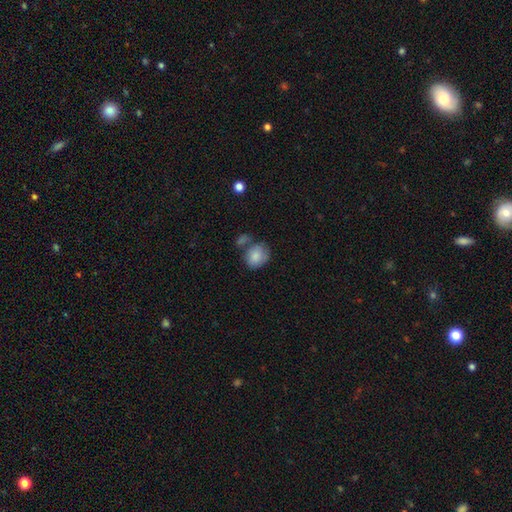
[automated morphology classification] Smooth or featured? smooth (83%)
How rounded? round (53%)
Merging? none (46%)